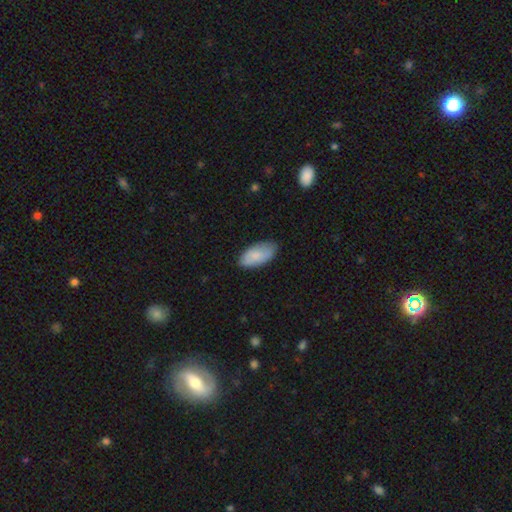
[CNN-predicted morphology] A smooth galaxy with no disk features (79%) that is in between round and cigar-shaped (94%). Merging: none (78%).